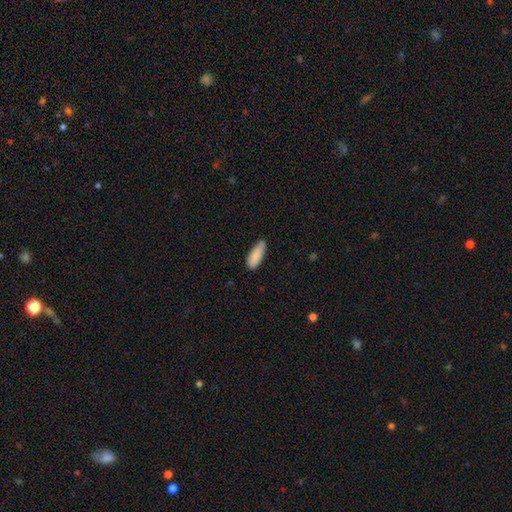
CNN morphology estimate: smooth 87%, featured or disk 7%, star or artifact 6%. Down the decision tree: how rounded — in between (63%); merging — none (76%).